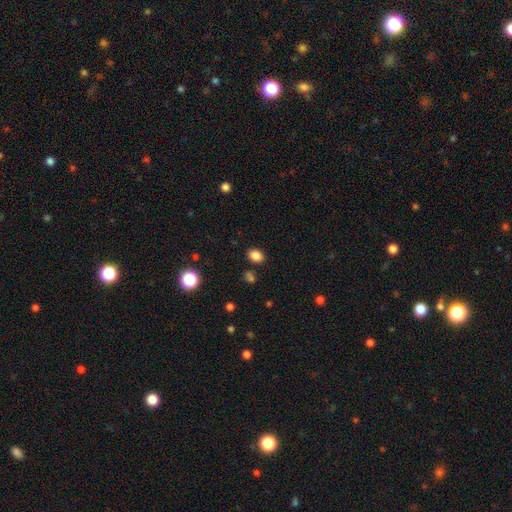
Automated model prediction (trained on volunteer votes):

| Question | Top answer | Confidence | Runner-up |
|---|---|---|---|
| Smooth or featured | smooth | 84% | star or artifact (12%) |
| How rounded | in between | 66% | round (33%) |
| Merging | none | 84% | minor disturbance (9%) |